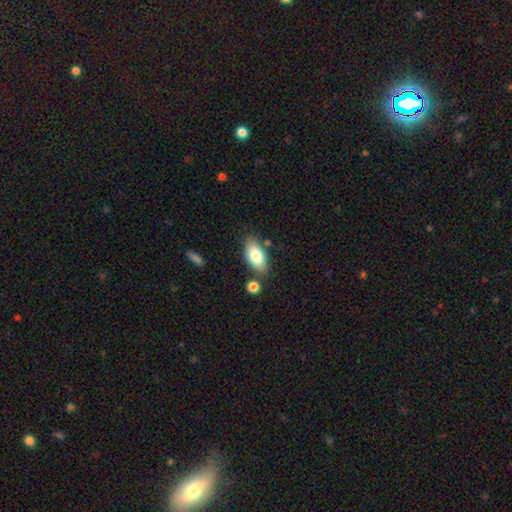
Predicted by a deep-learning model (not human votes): Smooth or featured? smooth (79%)
How rounded? in between (89%)
Merging? none (76%)